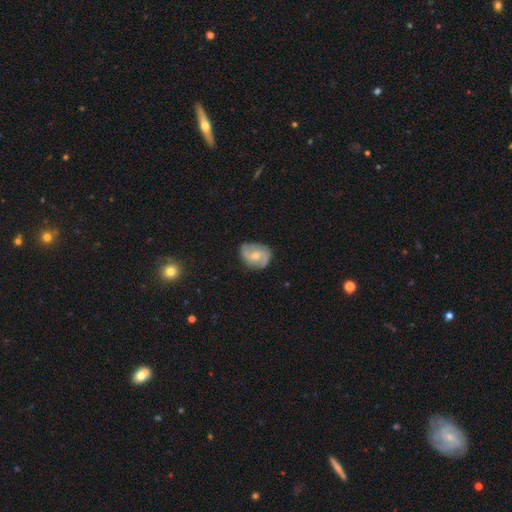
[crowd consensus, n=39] Volunteers were most divided on "bulge size" (2-way tie): moderate: 45%, small: 45%, dominant: 5%, large: 5%, none: 0%. Remaining: edge-on disk — no (100%); spiral arms — yes (86%); spiral arm count — 2 (84%); merging — none (63%); smooth or featured — featured or disk (56%); bar — no (55%); spiral winding — loose (47%).